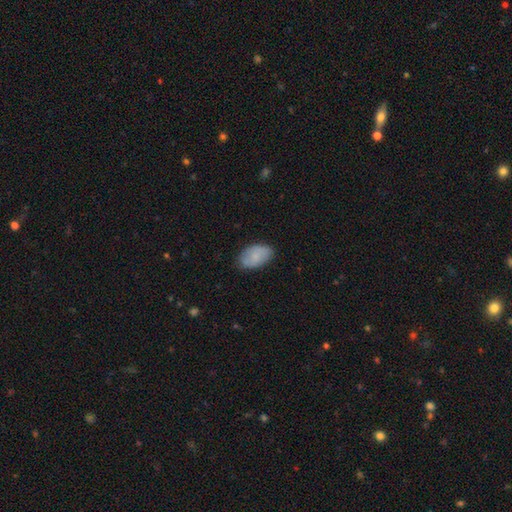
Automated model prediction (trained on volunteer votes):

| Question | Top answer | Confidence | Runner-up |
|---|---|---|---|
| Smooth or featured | smooth | 80% | featured or disk (14%) |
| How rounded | in between | 93% | round (6%) |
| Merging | none | 79% | minor disturbance (16%) |